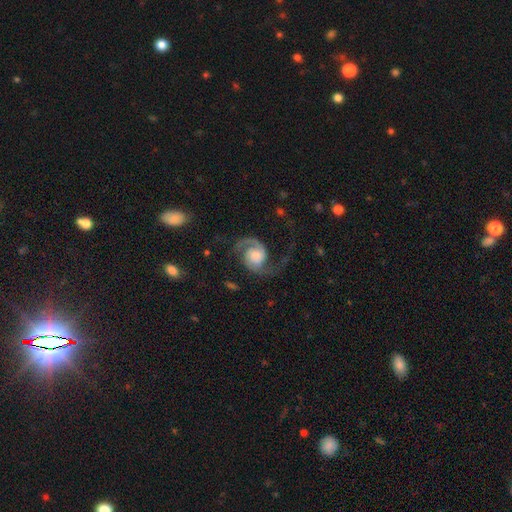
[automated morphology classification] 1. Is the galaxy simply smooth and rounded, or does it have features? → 88% featured or disk, 7% smooth, 5% star or artifact.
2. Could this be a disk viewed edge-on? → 98% no, 2% yes.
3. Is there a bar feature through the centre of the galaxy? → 68% no, 26% weak, 6% strong.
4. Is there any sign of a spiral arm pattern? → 98% yes, 2% no.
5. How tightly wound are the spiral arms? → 47% medium, 38% loose, 15% tight.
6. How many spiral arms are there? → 90% 2, 5% 1, 2% can't tell, 1% 3, 1% 4, 1% more than 4.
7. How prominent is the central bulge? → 31% moderate, 28% large, 21% small, 13% none, 6% dominant.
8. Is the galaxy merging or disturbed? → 63% none, 18% major disturbance, 17% minor disturbance, 2% merger.